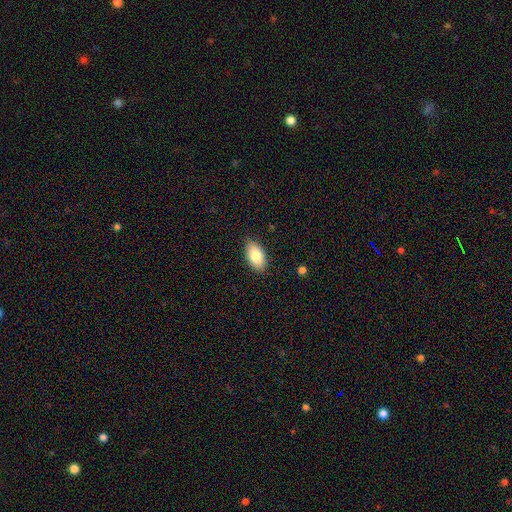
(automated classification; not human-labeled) A smooth galaxy with no disk features (82%) that is in between round and cigar-shaped (93%).

Vote fractions:
- Smooth or featured? smooth: 82% / featured or disk: 11% / star or artifact: 7%
- How rounded? in between: 93% / round: 4% / cigar-shaped: 3%
- Merging? none: 86% / minor disturbance: 11% / major disturbance: 2% / merger: 1%